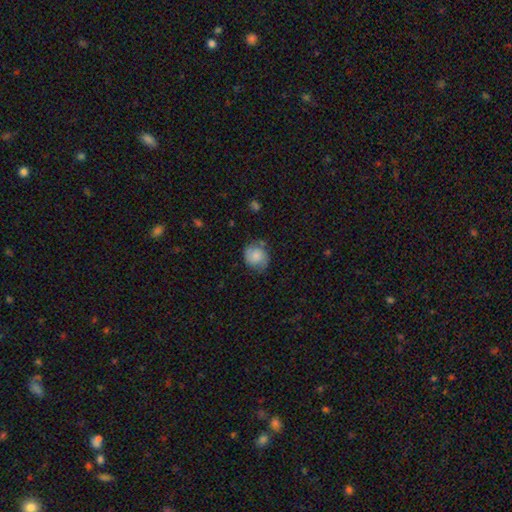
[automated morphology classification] Smooth or featured? Predicted: smooth (p=0.70). How rounded? Predicted: round (p=0.78). Merging? Predicted: none (p=0.63).